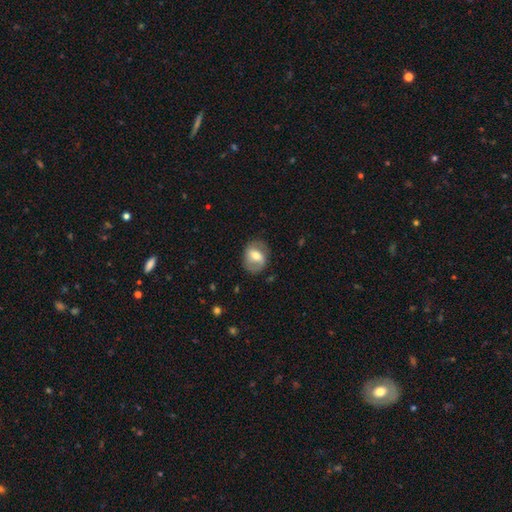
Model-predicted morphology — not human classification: Smooth or featured?
  - smooth: 47% *
  - featured or disk: 46%
  - star or artifact: 7%
Merging?
  - none: 73% *
  - minor disturbance: 18%
  - major disturbance: 8%
  - merger: 1%